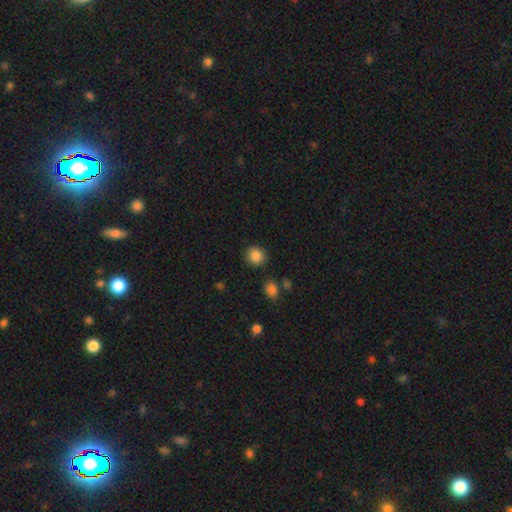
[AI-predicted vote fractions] Smooth or featured? smooth (87%)
How rounded? round (85%)
Merging? none (86%)